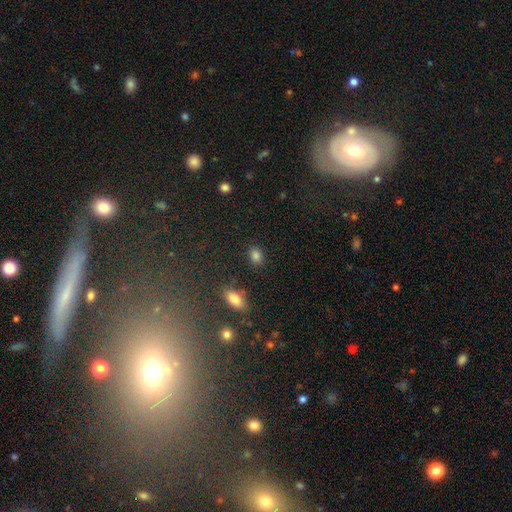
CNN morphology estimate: Smooth or featured? smooth (85%)
How rounded? in between (59%)
Merging? none (86%)